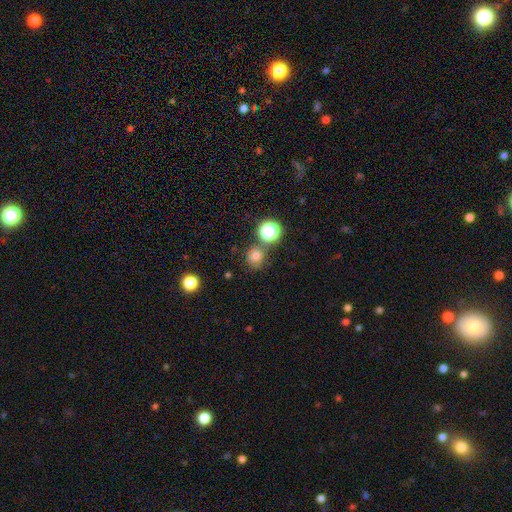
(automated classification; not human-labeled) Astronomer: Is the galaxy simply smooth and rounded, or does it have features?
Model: smooth — 73%.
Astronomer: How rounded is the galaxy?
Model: round — 86%.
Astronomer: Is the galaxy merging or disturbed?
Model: none — 70%.